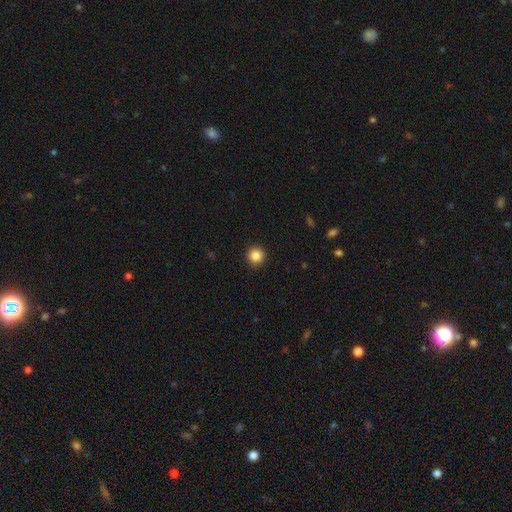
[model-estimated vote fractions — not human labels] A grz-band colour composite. It shows a smooth galaxy with no disk features (86%) that is round (95%). Merging: none (91%).